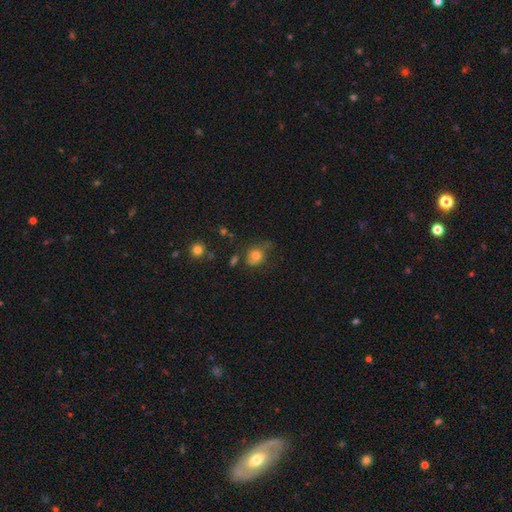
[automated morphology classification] Smooth or featured?
  - smooth: 71% *
  - featured or disk: 17%
  - star or artifact: 12%
How rounded?
  - round: 72% *
  - in between: 27%
  - cigar-shaped: 1%
Merging?
  - none: 47% *
  - minor disturbance: 29%
  - major disturbance: 17%
  - merger: 7%